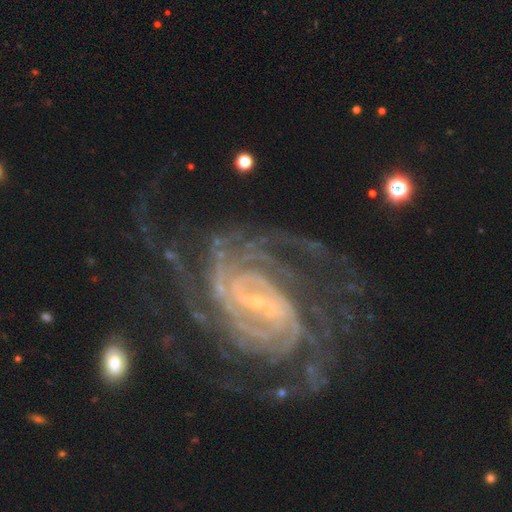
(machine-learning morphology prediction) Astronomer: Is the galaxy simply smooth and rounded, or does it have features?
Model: featured or disk — 92%.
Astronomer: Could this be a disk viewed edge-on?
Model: no — 97%.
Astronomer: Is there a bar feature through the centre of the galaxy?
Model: weak — 41% (runner-up: strong, 40%).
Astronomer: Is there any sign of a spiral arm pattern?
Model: yes — 98%.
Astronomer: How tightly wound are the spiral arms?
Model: tight — 66%.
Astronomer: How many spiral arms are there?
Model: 4 — 22% (runner-up: can't tell, 19%).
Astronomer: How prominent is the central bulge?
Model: small — 82%.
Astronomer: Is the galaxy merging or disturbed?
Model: none — 64%.